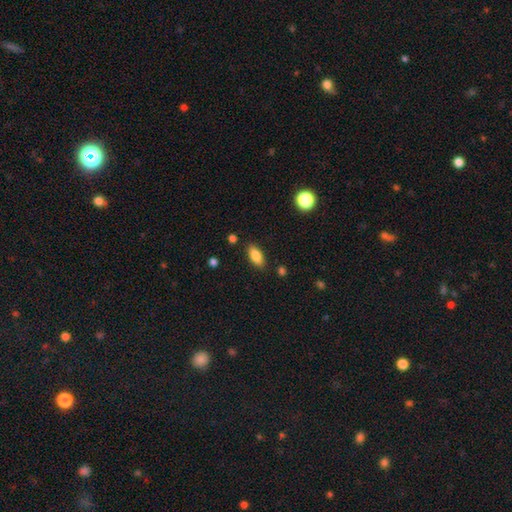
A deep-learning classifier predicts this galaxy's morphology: smooth 83%, featured or disk 9%, star or artifact 8%. Down the decision tree: how rounded — in between (83%); merging — none (85%).